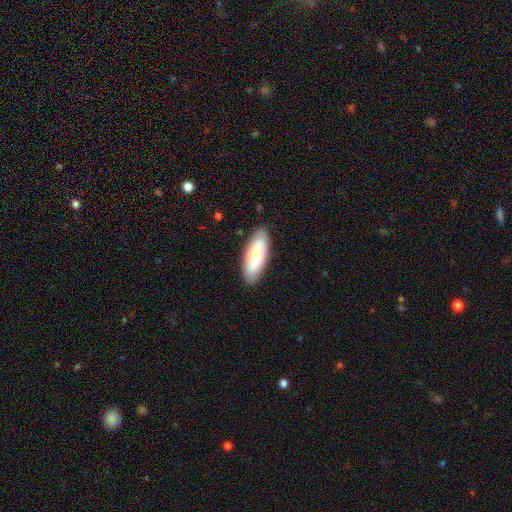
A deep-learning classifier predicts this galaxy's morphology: This is likely a smooth galaxy (68%). How rounded: likely in between (73%). Merging: clearly none (86%).